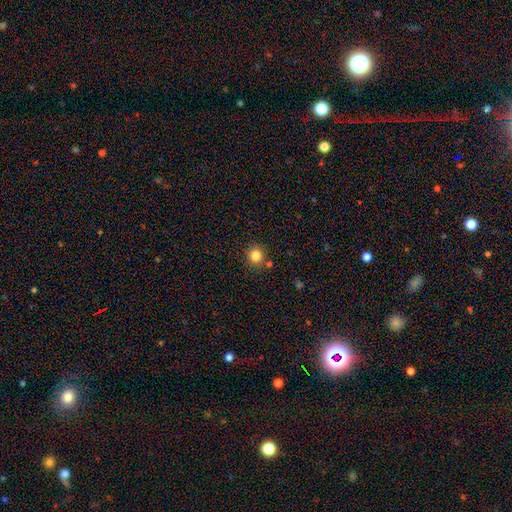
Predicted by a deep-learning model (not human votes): The model was most divided on "smooth or featured": smooth: 83%, star or artifact: 12%, featured or disk: 5%. More confident: how rounded — round (91%); merging — none (85%).